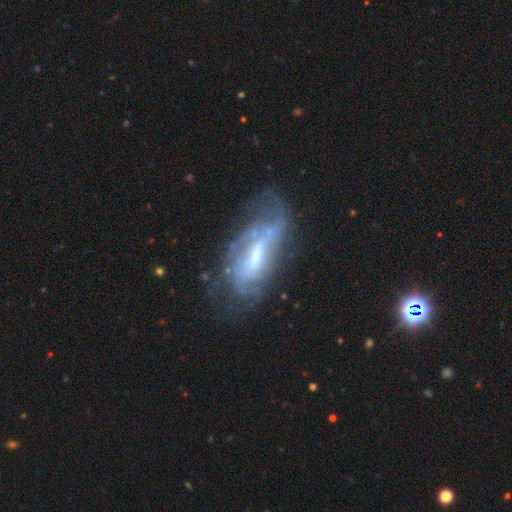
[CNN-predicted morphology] smooth_or_featured: featured or disk (p=0.70) [alt: smooth p=0.22]
disk_edge_on: no (p=0.86) [alt: yes p=0.14]
bar: weak (p=0.44) [alt: no p=0.32]
has_spiral_arms: yes (p=0.64) [alt: no p=0.36]
bulge_size: moderate (p=0.44) [alt: small p=0.35]
merging: none (p=0.44) [alt: major disturbance p=0.25]